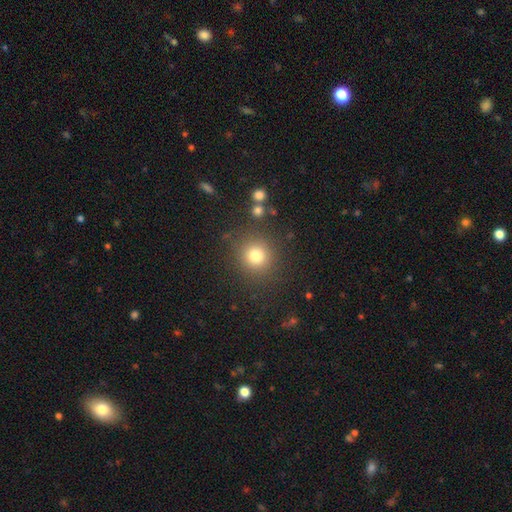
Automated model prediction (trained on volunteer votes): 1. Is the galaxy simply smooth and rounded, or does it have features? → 79% smooth, 14% star or artifact, 7% featured or disk.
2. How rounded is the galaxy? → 91% round, 8% in between, 1% cigar-shaped.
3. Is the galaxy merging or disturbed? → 85% none, 8% minor disturbance, 4% major disturbance, 3% merger.